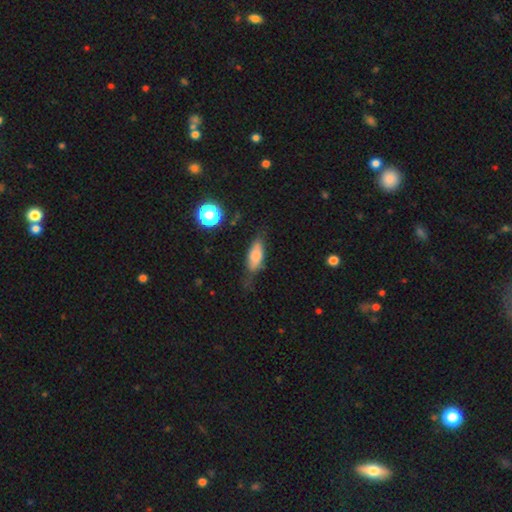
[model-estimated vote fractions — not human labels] Morphology: type=smooth (70%); roundness=in between (69%); merging=none (57%).